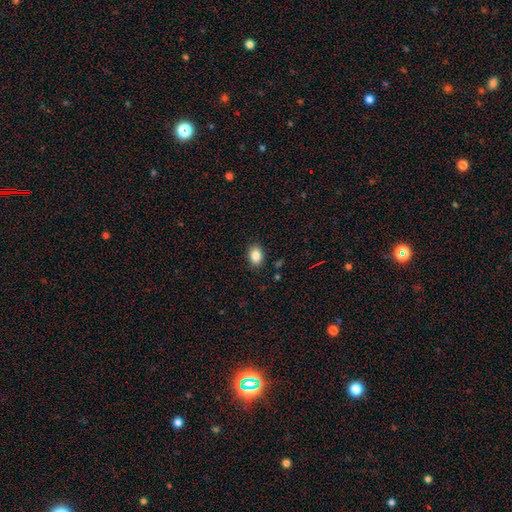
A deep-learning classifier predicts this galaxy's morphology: smooth_or_featured: smooth (p=0.86) [alt: star or artifact p=0.09]
how_rounded: in between (p=0.74) [alt: round p=0.25]
merging: none (p=0.88) [alt: minor disturbance p=0.09]